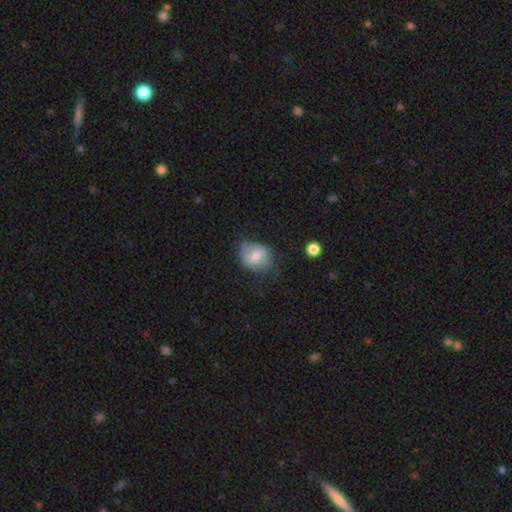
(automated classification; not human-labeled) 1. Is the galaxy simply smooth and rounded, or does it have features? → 58% smooth, 34% featured or disk, 8% star or artifact.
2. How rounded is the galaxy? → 59% round, 40% in between, 1% cigar-shaped.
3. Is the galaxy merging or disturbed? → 58% none, 29% minor disturbance, 11% major disturbance, 2% merger.